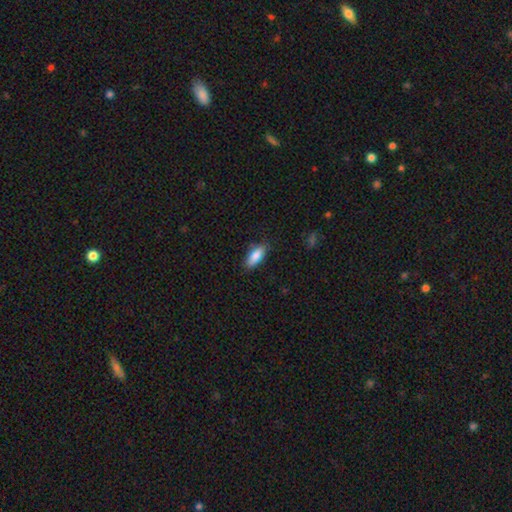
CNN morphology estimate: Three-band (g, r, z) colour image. It shows a smooth galaxy with no disk features (84%) that is in between round and cigar-shaped (78%). Merging: none (81%).